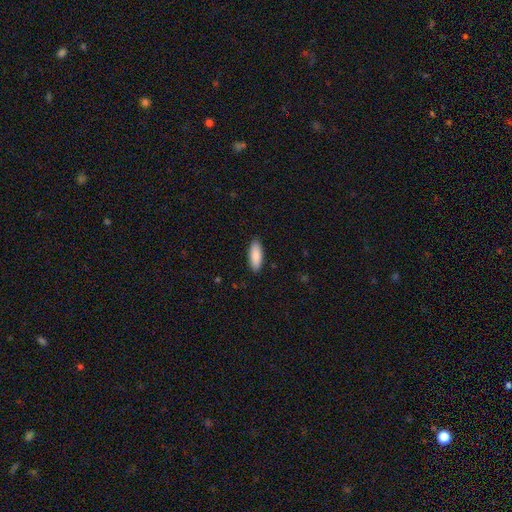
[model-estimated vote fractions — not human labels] A smooth galaxy with no disk features (88%) that is in between round and cigar-shaped (72%). Merging: none (89%).